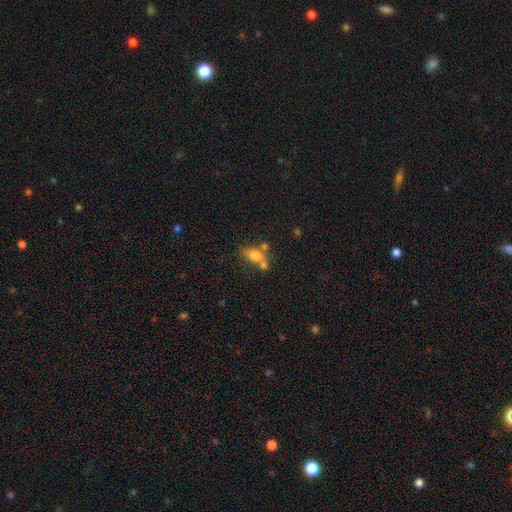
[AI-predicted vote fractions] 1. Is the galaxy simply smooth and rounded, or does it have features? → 72% smooth, 17% featured or disk, 11% star or artifact.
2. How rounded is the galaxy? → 74% in between, 16% round, 9% cigar-shaped.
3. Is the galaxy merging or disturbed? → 39% merger (tied), 39% none (tied), 14% minor disturbance, 8% major disturbance.